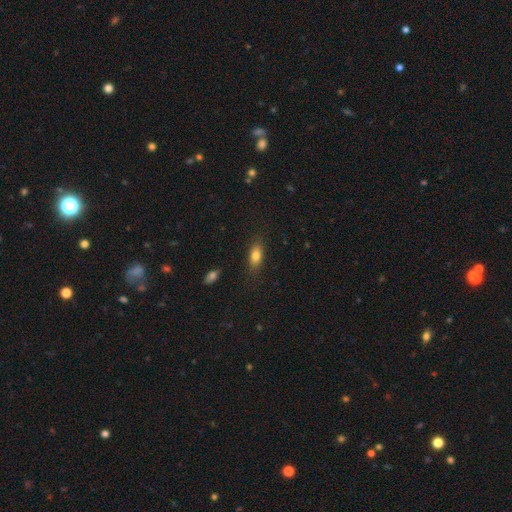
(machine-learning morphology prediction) This is likely a smooth galaxy (80%). How rounded: clearly in between (81%). Merging: clearly none (81%).